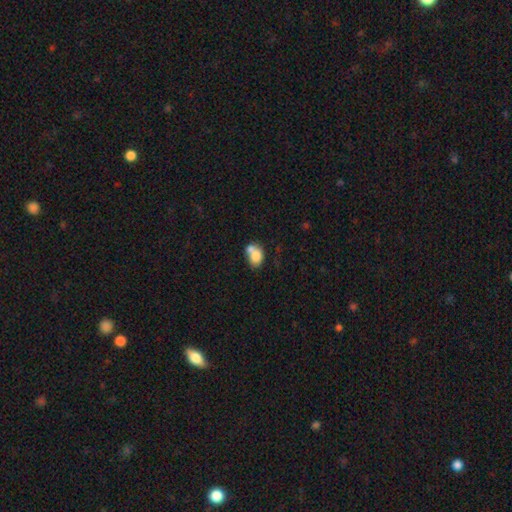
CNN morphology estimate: Smooth or featured? Predicted: smooth (p=0.76). How rounded? Predicted: in between (p=0.67). Merging? Predicted: merger (p=0.54).